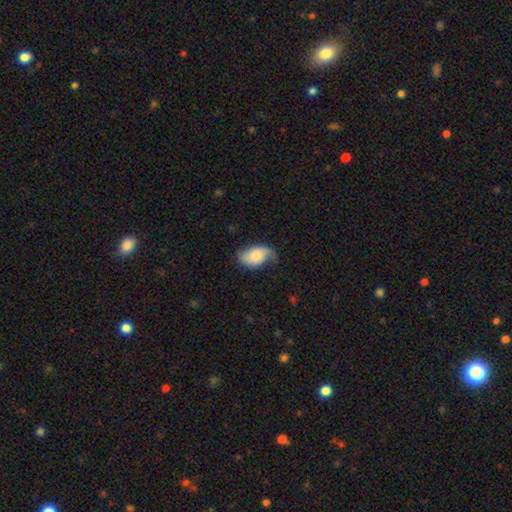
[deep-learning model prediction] smooth-or-featured: smooth: 60% | featured or disk: 33% | star or artifact: 7%
  how-rounded: in between: 92% | round: 7% | cigar-shaped: 1%
  merging: none: 52% | minor disturbance: 34% | major disturbance: 13% | merger: 1%